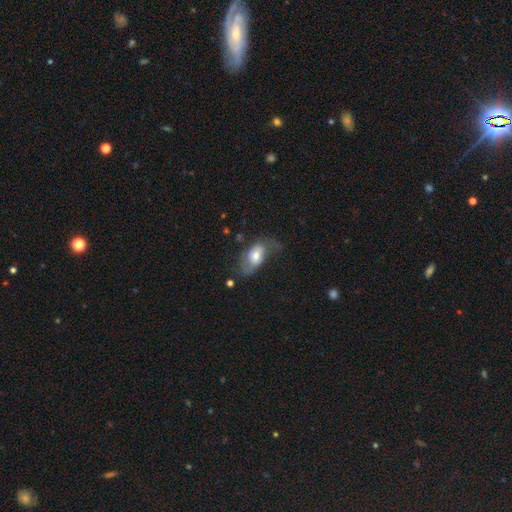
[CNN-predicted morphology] The model was most divided on "smooth or featured": smooth: 52%, featured or disk: 40%, star or artifact: 8%. Remaining: how rounded — in between (87%); merging — none (44%).